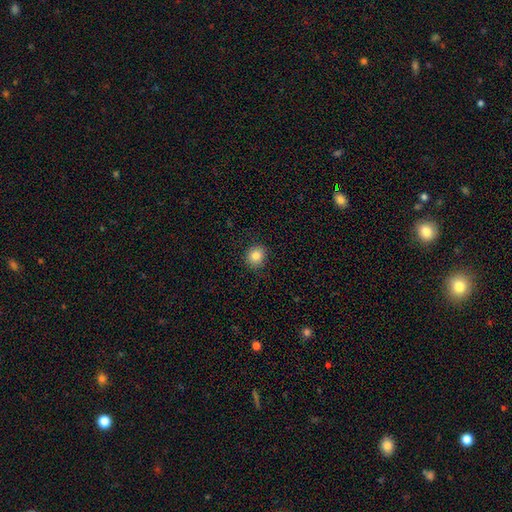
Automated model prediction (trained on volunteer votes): A smooth galaxy with no disk features (83%) that is round (87%).

Vote fractions:
- Smooth or featured? smooth: 83% / star or artifact: 10% / featured or disk: 6%
- How rounded? round: 87% / in between: 12% / cigar-shaped: 1%
- Merging? none: 89% / minor disturbance: 8% / major disturbance: 2% / merger: 1%